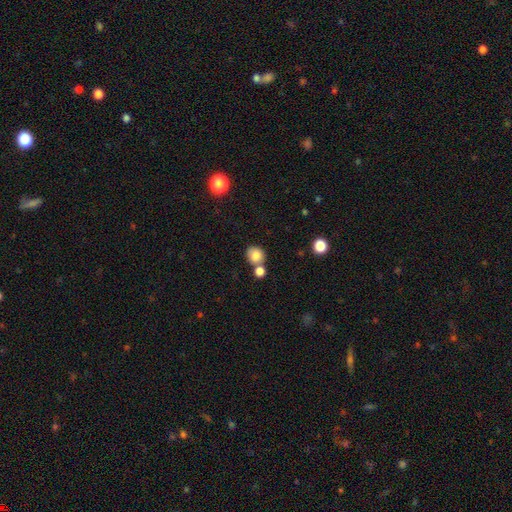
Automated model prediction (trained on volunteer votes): Q: Smooth or featured?
A: smooth (82%); runner-up: star or artifact (10%)
Q: How rounded?
A: round (78%); runner-up: in between (21%)
Q: Merging?
A: none (57%); runner-up: merger (29%)